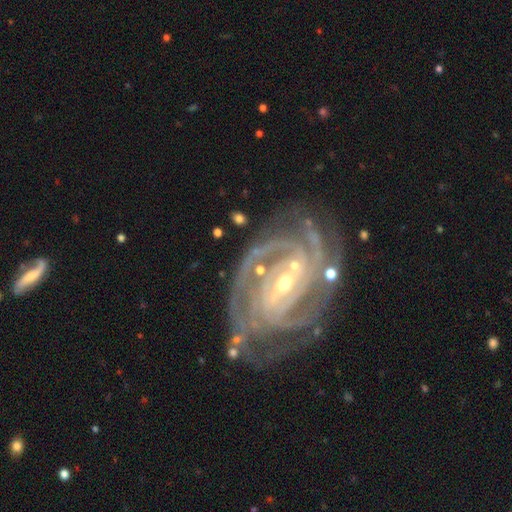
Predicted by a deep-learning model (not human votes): Q: Smooth or featured?
A: featured or disk (92%); runner-up: star or artifact (5%)
Q: Edge-on disk?
A: no (97%); runner-up: yes (3%)
Q: Bar?
A: strong (47%); runner-up: weak (36%)
Q: Spiral arms?
A: yes (99%); runner-up: no (1%)
Q: Spiral winding?
A: tight (74%); runner-up: medium (23%)
Q: Spiral arm count?
A: 4 (32%); runner-up: 3 (26%)
Q: Bulge size?
A: small (59%); runner-up: moderate (37%)
Q: Merging?
A: none (70%); runner-up: minor disturbance (18%)